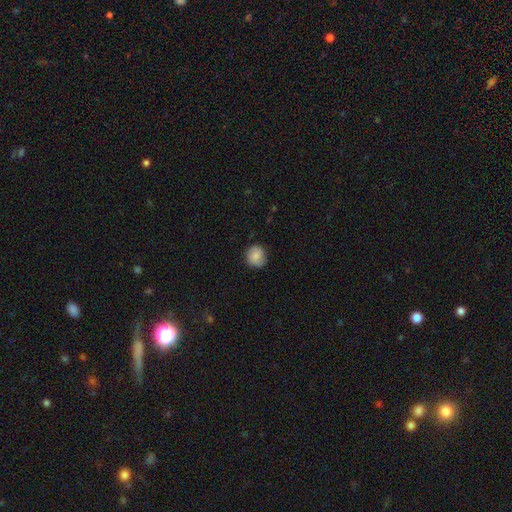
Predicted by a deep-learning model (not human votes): The model was most divided on "merging": none: 80%, minor disturbance: 15%, major disturbance: 4%, merger: 1%. More confident: how rounded — round (88%); smooth or featured — smooth (80%).